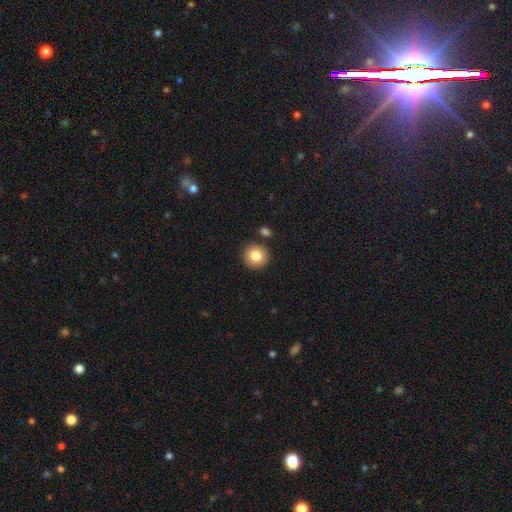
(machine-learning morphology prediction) Smooth or featured: smooth — 84% (star or artifact — 9%)
How rounded: round — 92% (in between — 7%)
Merging: none — 85% (minor disturbance — 7%)